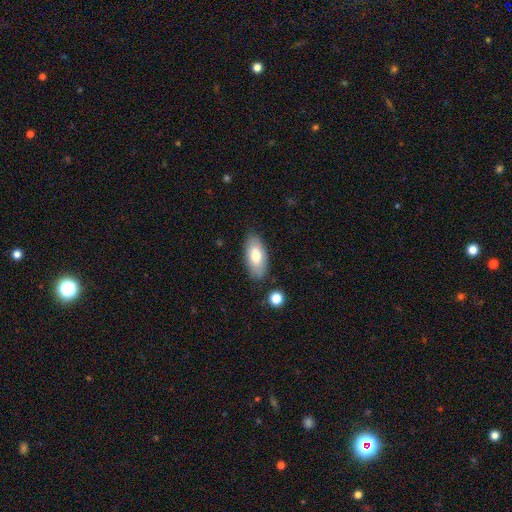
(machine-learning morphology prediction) Smooth or featured?
  - smooth: 76% *
  - featured or disk: 17%
  - star or artifact: 7%
How rounded?
  - in between: 89% *
  - cigar-shaped: 9%
  - round: 3%
Merging?
  - none: 82% *
  - minor disturbance: 13%
  - major disturbance: 3%
  - merger: 3%